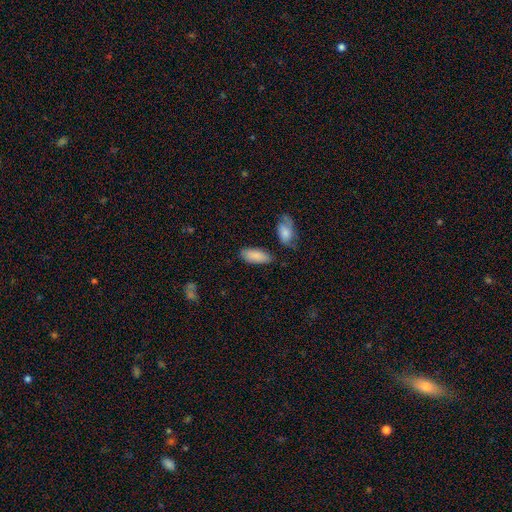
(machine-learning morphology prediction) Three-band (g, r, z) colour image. It shows a smooth galaxy with no disk features (87%) that is in between round and cigar-shaped (87%). Merging: none (76%).